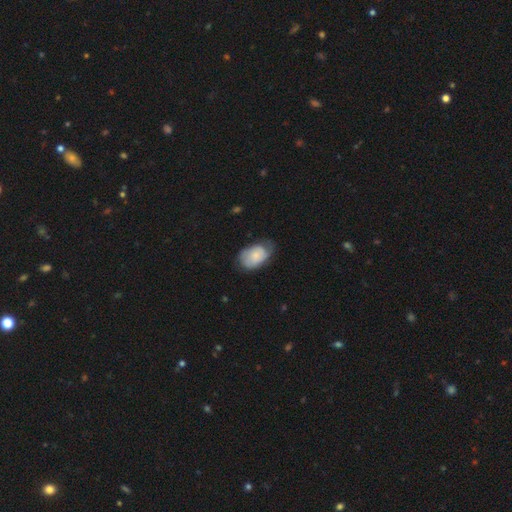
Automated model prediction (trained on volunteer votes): smooth 68%, featured or disk 25%, star or artifact 7%. Down the decision tree: how rounded — in between (86%); merging — none (47%).